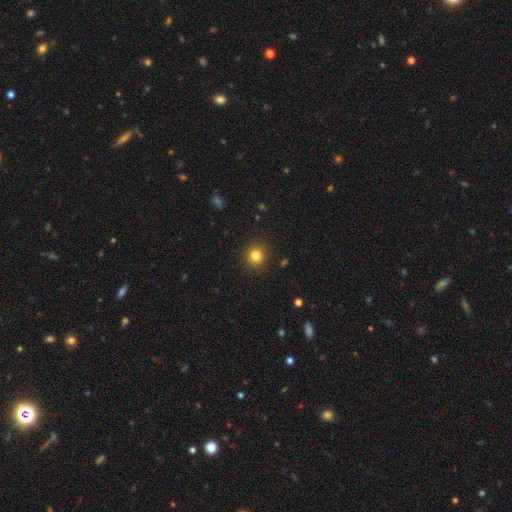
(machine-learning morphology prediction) A smooth galaxy with no disk features (82%) that is round (93%).

Vote fractions:
- Smooth or featured? smooth: 82% / star or artifact: 12% / featured or disk: 6%
- How rounded? round: 93% / in between: 6% / cigar-shaped: 1%
- Merging? none: 91% / minor disturbance: 6% / major disturbance: 2% / merger: 1%